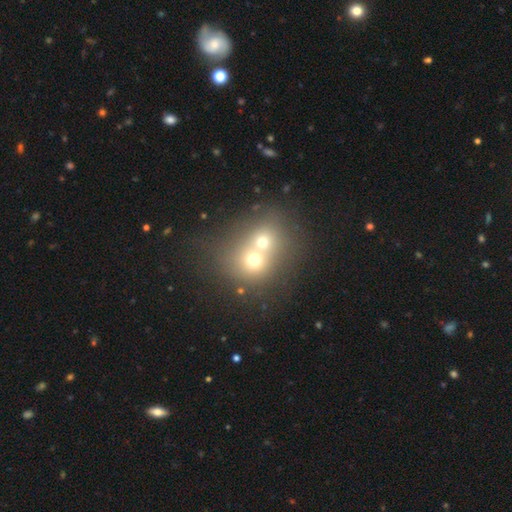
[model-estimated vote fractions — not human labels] This appears to be a smooth galaxy with no disk features (59%) that is round (74%). Merging: merger (72%).